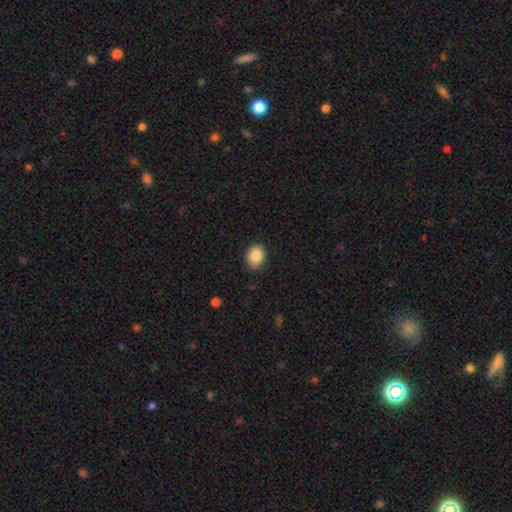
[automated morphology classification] Smooth or featured: smooth — 88% (star or artifact — 8%)
How rounded: in between — 56% (round — 44%)
Merging: none — 85% (minor disturbance — 12%)